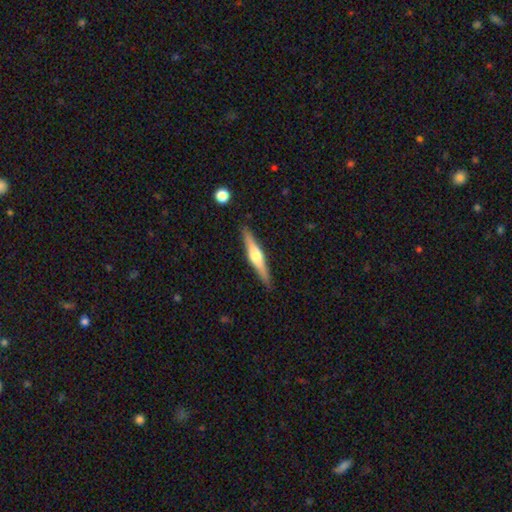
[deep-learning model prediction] A featured or disk galaxy (64%) viewed edge-on (97%) with a rounded central bulge (87%).

Vote fractions:
- Smooth or featured? featured or disk: 64% / smooth: 30% / star or artifact: 5%
- Edge-on disk? yes: 97% / no: 3%
- Edge-on bulge? rounded: 87% / boxy: 8% / none: 5%
- Merging? none: 89% / minor disturbance: 8% / major disturbance: 2% / merger: 1%